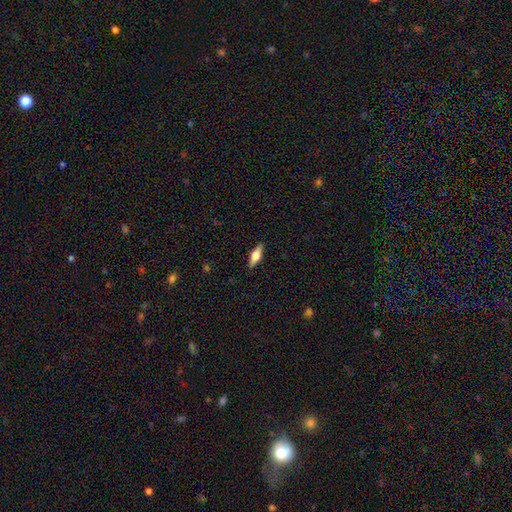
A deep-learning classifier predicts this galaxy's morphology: A featured or disk galaxy (50%).

Vote fractions:
- Smooth or featured? featured or disk: 50% / smooth: 43% / star or artifact: 7%
- Merging? none: 89% / minor disturbance: 8% / major disturbance: 2% / merger: 1%